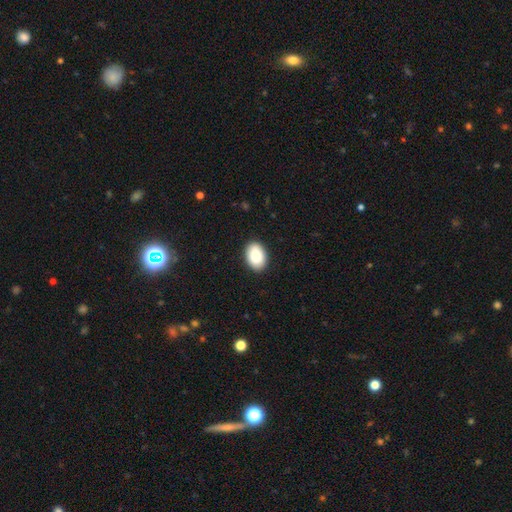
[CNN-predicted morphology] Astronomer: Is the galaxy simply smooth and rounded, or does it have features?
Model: smooth — 88%.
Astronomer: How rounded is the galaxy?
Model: in between — 85%.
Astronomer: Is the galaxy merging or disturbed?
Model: none — 90%.